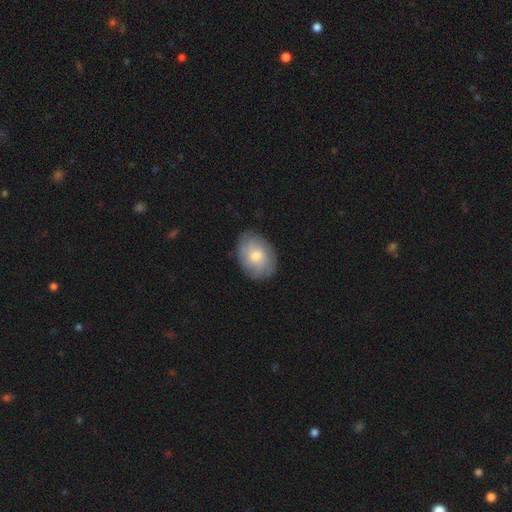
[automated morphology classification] The model was most divided on "smooth or featured": smooth: 55%, featured or disk: 38%, star or artifact: 7%. More confident: merging — none (81%); how rounded — in between (76%).